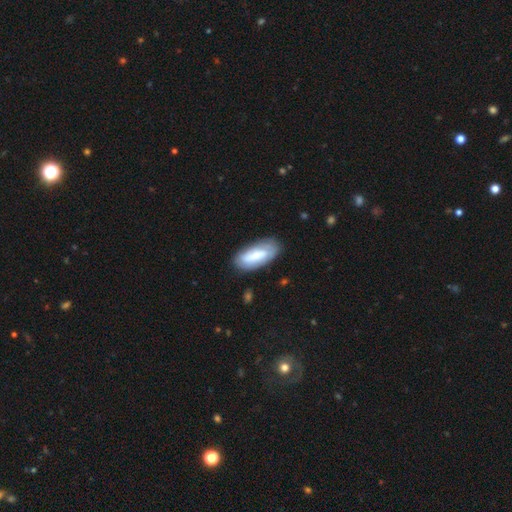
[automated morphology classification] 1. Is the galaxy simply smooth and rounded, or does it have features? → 65% smooth, 29% featured or disk, 6% star or artifact.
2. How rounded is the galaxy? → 83% in between, 15% cigar-shaped, 2% round.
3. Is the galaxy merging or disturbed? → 74% none, 18% minor disturbance, 5% major disturbance, 2% merger.